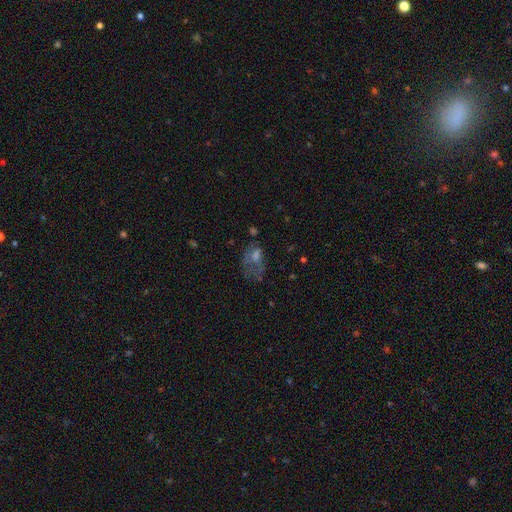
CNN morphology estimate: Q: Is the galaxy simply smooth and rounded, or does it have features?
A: smooth — 41%.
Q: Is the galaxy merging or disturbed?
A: major disturbance — 42%.